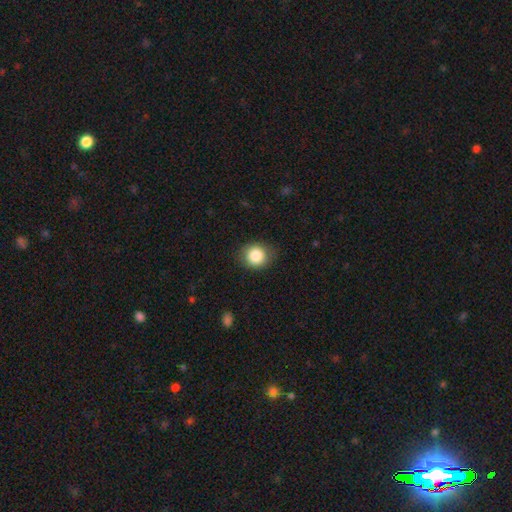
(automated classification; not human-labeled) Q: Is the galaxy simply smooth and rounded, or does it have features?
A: smooth — 85%.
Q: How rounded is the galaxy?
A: round — 84%.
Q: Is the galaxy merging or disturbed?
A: none — 84%.